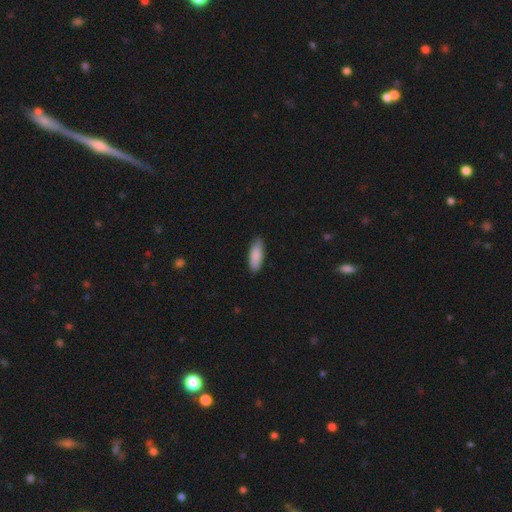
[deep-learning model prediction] Smooth or featured?
  - smooth: 89% *
  - featured or disk: 6%
  - star or artifact: 5%
How rounded?
  - in between: 67% *
  - cigar-shaped: 31%
  - round: 2%
Merging?
  - none: 88% *
  - minor disturbance: 10%
  - major disturbance: 2%
  - merger: 1%